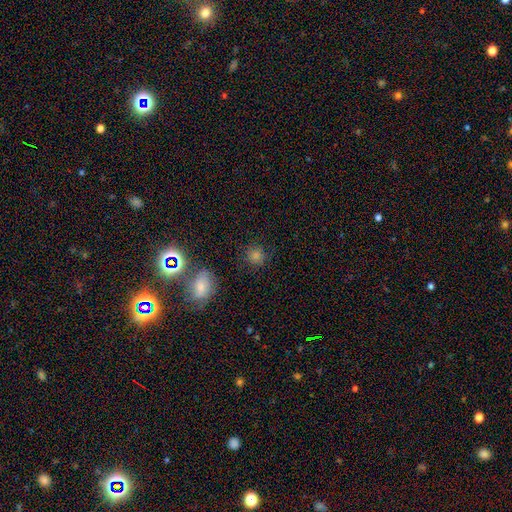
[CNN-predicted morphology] Q: Smooth or featured?
A: smooth (57%); runner-up: star or artifact (32%)
Q: How rounded?
A: round (87%); runner-up: in between (12%)
Q: Merging?
A: none (83%); runner-up: minor disturbance (10%)